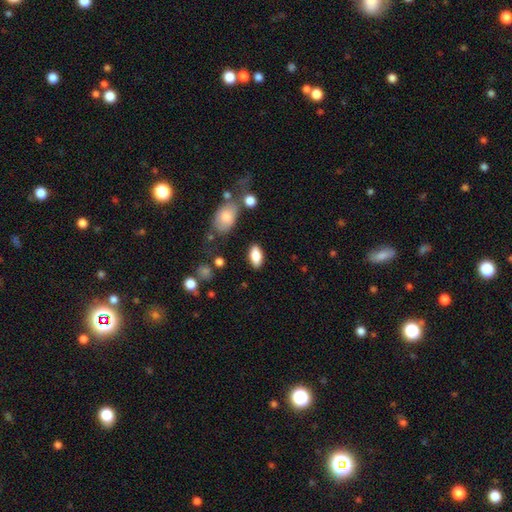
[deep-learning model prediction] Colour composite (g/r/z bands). It shows a smooth galaxy with no disk features (83%) that is in between round and cigar-shaped (90%). Merging: none (85%).